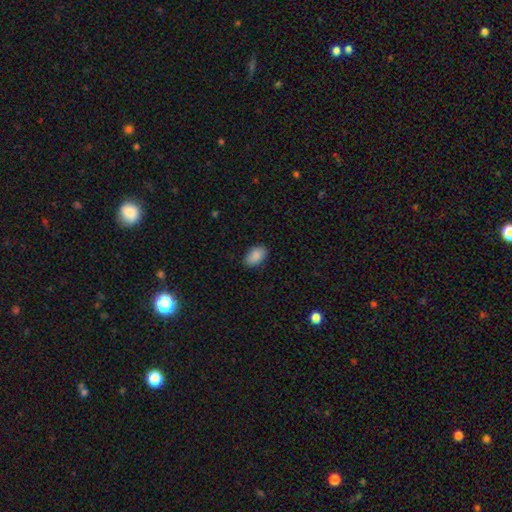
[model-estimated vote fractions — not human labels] Smooth or featured: smooth — 89% (star or artifact — 7%)
How rounded: in between — 92% (round — 7%)
Merging: none — 86% (minor disturbance — 11%)